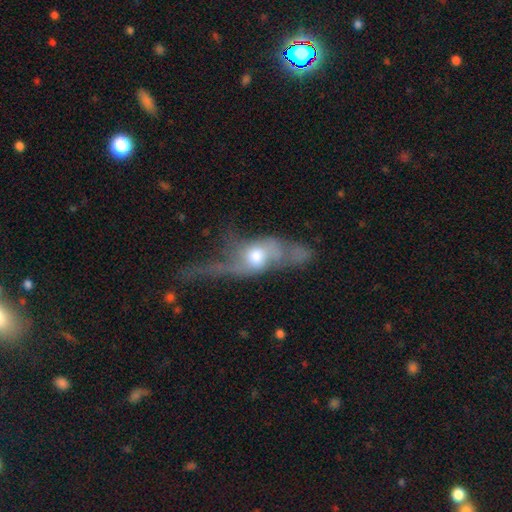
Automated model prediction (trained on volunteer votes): Smooth or featured: featured or disk — 53% (smooth — 39%)
Edge-on disk: no — 79% (yes — 21%)
Merging: major disturbance — 55% (none — 18%)